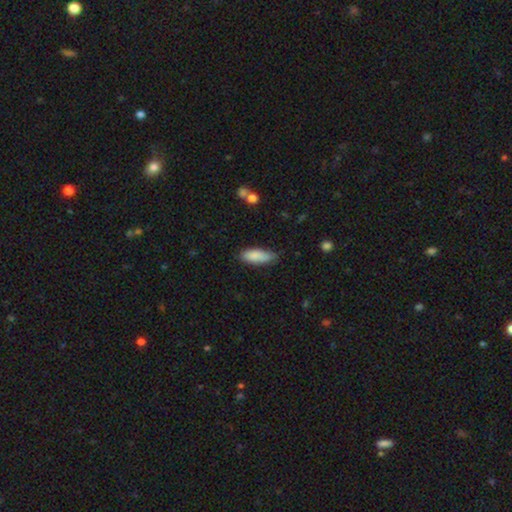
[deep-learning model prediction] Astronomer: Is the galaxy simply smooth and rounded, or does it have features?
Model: smooth — 85%.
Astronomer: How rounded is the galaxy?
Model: in between — 64%.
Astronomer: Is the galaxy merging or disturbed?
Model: none — 69%.